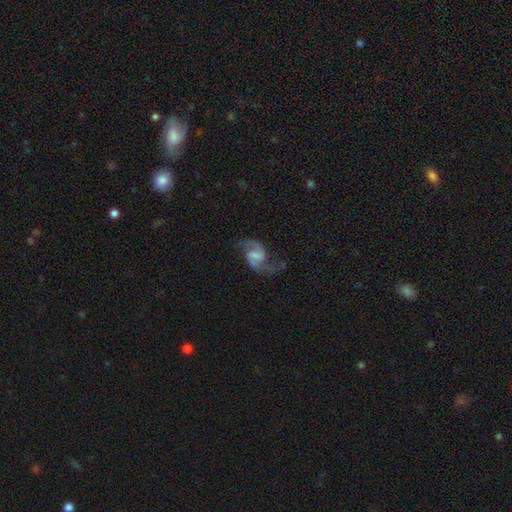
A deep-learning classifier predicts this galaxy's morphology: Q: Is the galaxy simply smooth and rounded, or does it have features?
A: featured or disk — 89%.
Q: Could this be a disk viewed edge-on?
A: no — 98%.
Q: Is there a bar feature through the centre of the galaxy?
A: weak — 54%.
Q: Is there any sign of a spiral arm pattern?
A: yes — 97%.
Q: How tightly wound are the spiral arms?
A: loose — 51%.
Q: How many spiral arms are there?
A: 2 — 94%.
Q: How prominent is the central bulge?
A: none — 47%.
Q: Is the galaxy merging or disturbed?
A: none — 72%.